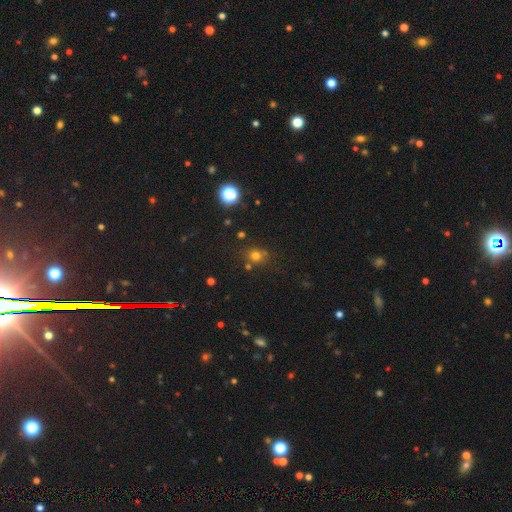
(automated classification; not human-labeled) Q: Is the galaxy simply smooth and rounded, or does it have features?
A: smooth — 69%.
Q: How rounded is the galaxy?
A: round — 78%.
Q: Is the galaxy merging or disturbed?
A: none — 74%.